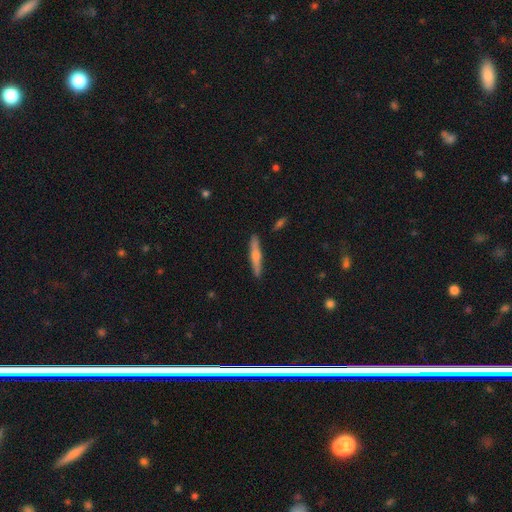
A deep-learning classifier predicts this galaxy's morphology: This appears to be a smooth galaxy with no disk features (50%) that is cigar-shaped (91%). Merging: none (88%).